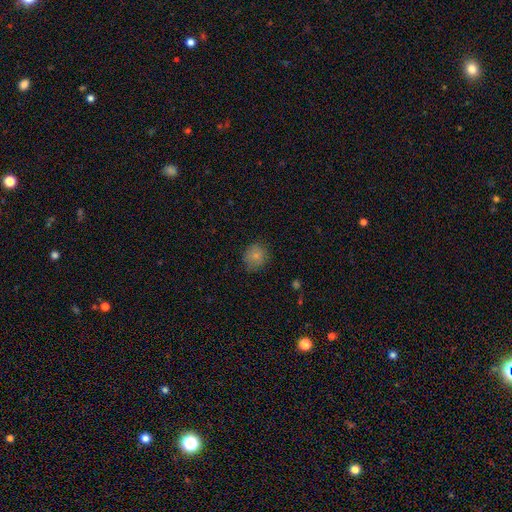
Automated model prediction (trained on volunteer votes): Smooth or featured: smooth — 81% (star or artifact — 10%)
How rounded: round — 78% (in between — 21%)
Merging: none — 78% (minor disturbance — 17%)